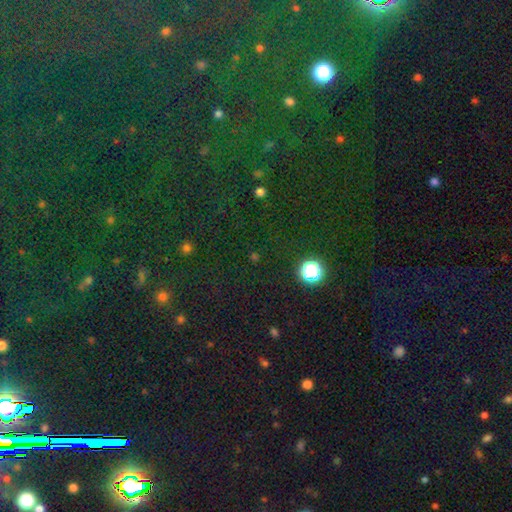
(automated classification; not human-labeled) Smooth or featured?
  - star or artifact: 70% *
  - smooth: 23%
  - featured or disk: 7%